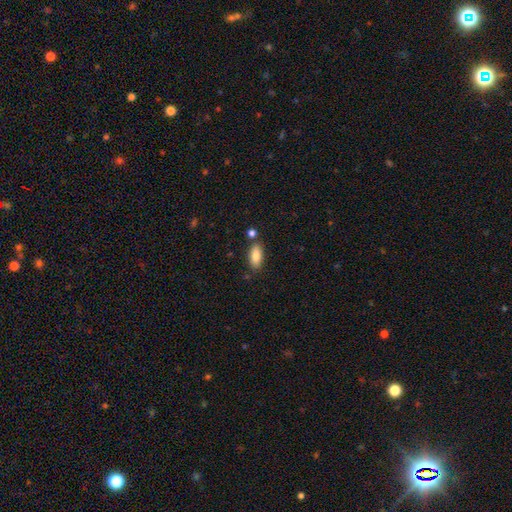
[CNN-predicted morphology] Q: Smooth or featured?
A: smooth (86%); runner-up: featured or disk (8%)
Q: How rounded?
A: in between (85%); runner-up: cigar-shaped (13%)
Q: Merging?
A: none (79%); runner-up: minor disturbance (11%)